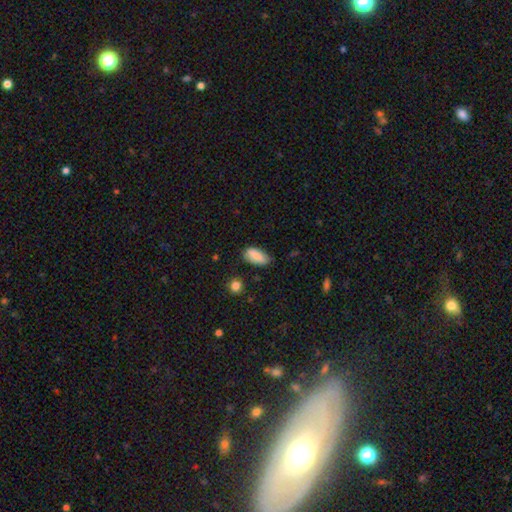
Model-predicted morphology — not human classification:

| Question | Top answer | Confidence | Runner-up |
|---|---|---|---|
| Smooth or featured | smooth | 84% | featured or disk (9%) |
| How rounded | in between | 92% | cigar-shaped (5%) |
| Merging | none | 71% | minor disturbance (23%) |